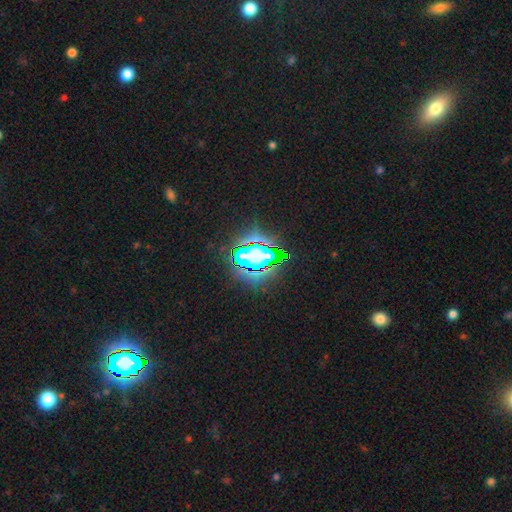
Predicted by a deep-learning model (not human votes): Q: Smooth or featured?
A: star or artifact (70%); runner-up: smooth (17%)